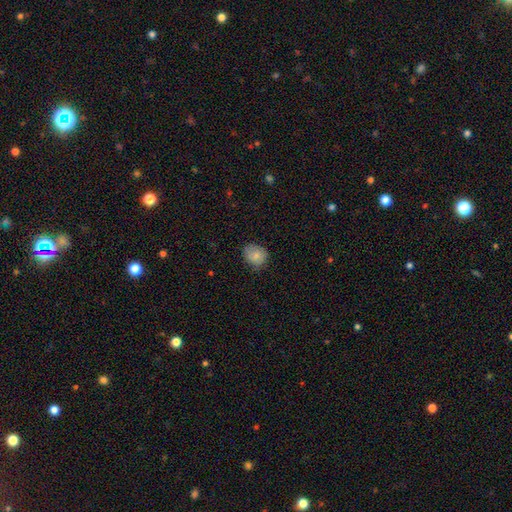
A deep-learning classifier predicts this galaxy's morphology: A smooth galaxy with no disk features (82%) that is round (64%).

Vote fractions:
- Smooth or featured? smooth: 82% / featured or disk: 11% / star or artifact: 8%
- How rounded? round: 64% / in between: 36% / cigar-shaped: 1%
- Merging? none: 69% / minor disturbance: 25% / major disturbance: 5% / merger: 1%